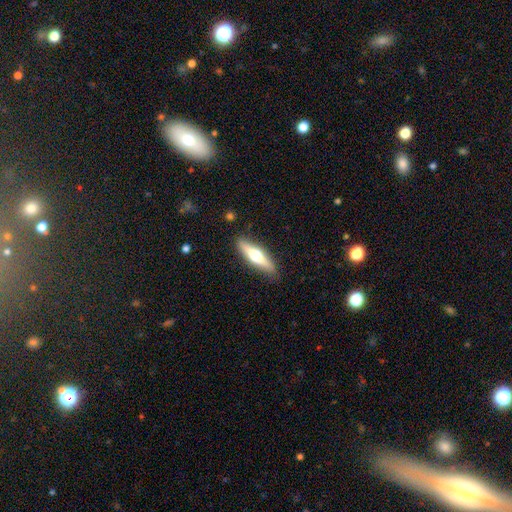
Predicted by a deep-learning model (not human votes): Q: Smooth or featured?
A: featured or disk (51%); runner-up: smooth (43%)
Q: Edge-on disk?
A: yes (90%); runner-up: no (10%)
Q: Merging?
A: none (87%); runner-up: minor disturbance (10%)